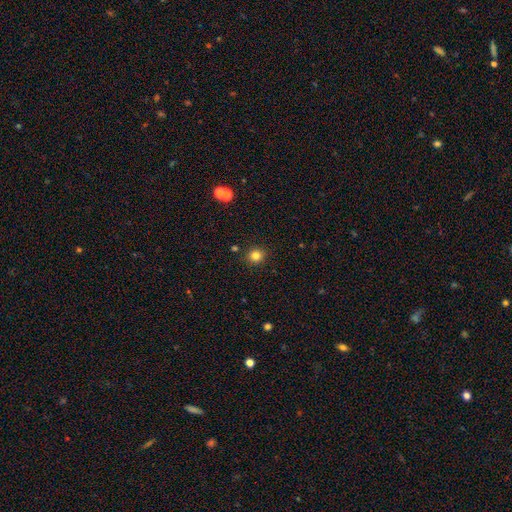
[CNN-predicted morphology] This appears to be a smooth galaxy with no disk features (82%) that is round (89%). Merging: none (89%).